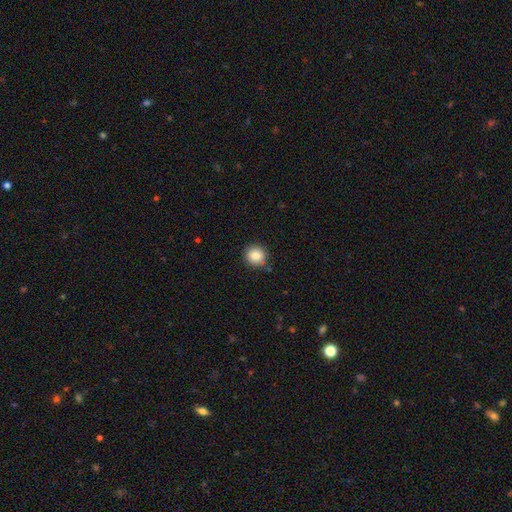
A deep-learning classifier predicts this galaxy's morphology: Smooth or featured?
  - smooth: 85% *
  - star or artifact: 9%
  - featured or disk: 6%
How rounded?
  - round: 90% *
  - in between: 9%
  - cigar-shaped: 1%
Merging?
  - none: 84% *
  - minor disturbance: 12%
  - merger: 2%
  - major disturbance: 2%